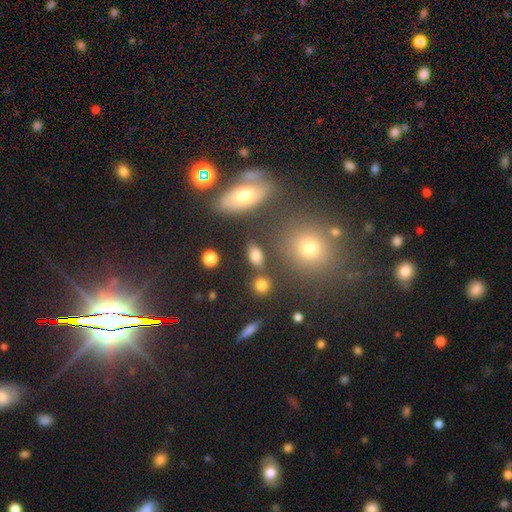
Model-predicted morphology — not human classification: Q: Smooth or featured?
A: smooth (79%); runner-up: star or artifact (11%)
Q: How rounded?
A: in between (81%); runner-up: round (14%)
Q: Merging?
A: none (76%); runner-up: minor disturbance (11%)